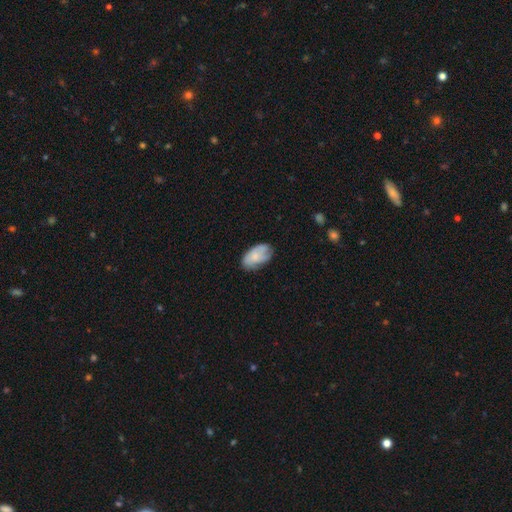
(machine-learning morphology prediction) Smooth or featured? Predicted: smooth (p=0.62). How rounded? Predicted: in between (p=0.92). Merging? Predicted: none (p=0.62).